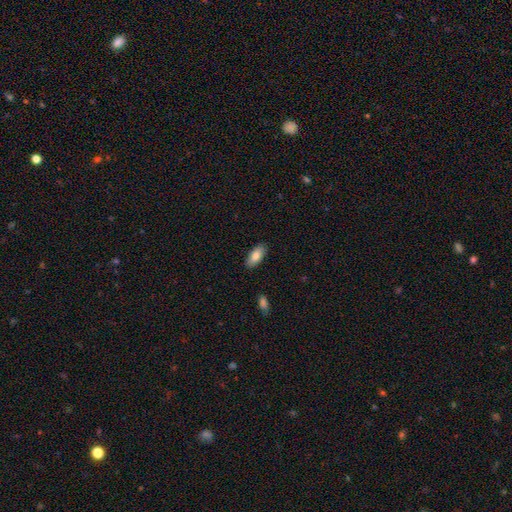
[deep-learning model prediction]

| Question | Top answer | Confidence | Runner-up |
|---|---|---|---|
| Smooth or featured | smooth | 81% | featured or disk (13%) |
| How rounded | in between | 88% | cigar-shaped (10%) |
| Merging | none | 88% | minor disturbance (9%) |